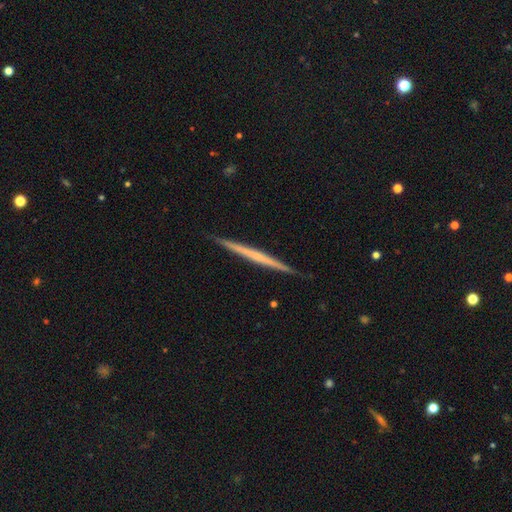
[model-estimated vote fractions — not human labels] Smooth or featured? Predicted: featured or disk (p=0.60). Edge-on disk? Predicted: yes (p=0.98). Edge-on bulge? Predicted: none (p=0.83). Merging? Predicted: none (p=0.91).